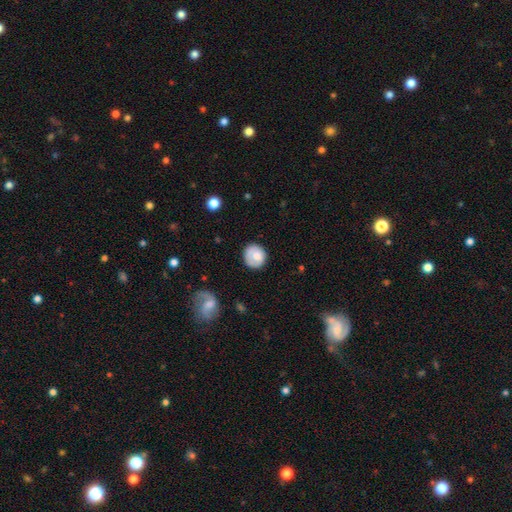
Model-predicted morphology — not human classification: smooth-or-featured: smooth: 72% | featured or disk: 21% | star or artifact: 7%
  how-rounded: round: 84% | in between: 15% | cigar-shaped: 1%
  merging: none: 74% | minor disturbance: 18% | major disturbance: 6% | merger: 2%